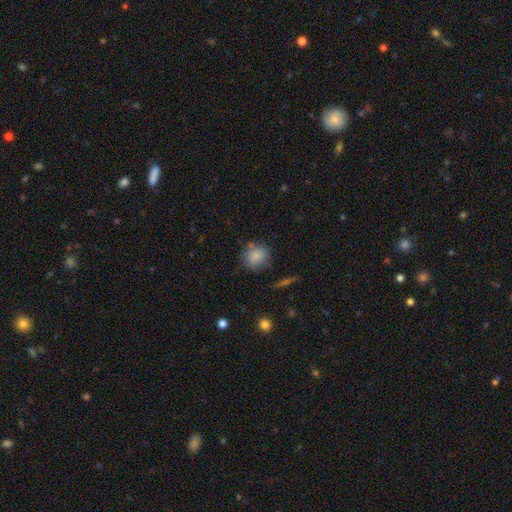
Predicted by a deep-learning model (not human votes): Smooth or featured? Predicted: smooth (p=0.84). How rounded? Predicted: round (p=0.64). Merging? Predicted: none (p=0.72).